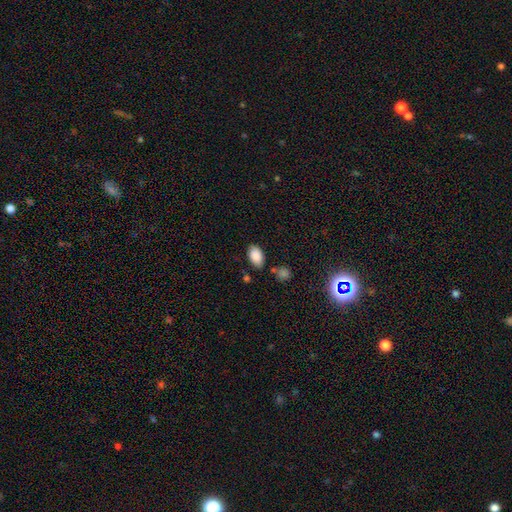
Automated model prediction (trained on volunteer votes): smooth-or-featured: smooth: 87% | star or artifact: 8% | featured or disk: 5%
  how-rounded: in between: 93% | round: 5% | cigar-shaped: 2%
  merging: none: 75% | minor disturbance: 16% | merger: 5% | major disturbance: 4%